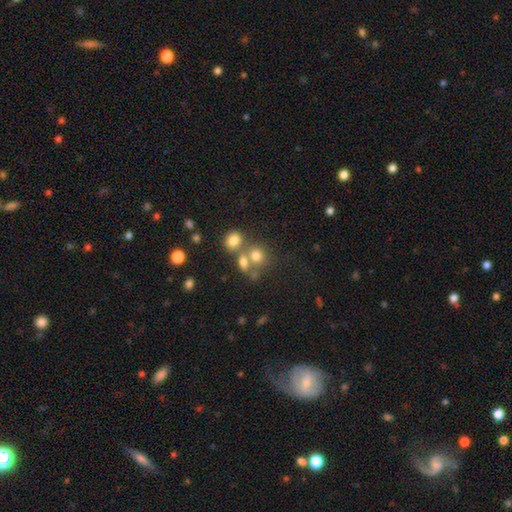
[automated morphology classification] smooth_or_featured: smooth (p=0.71) [alt: star or artifact p=0.15]
how_rounded: round (p=0.73) [alt: in between p=0.26]
merging: none (p=0.45) [alt: merger p=0.40]